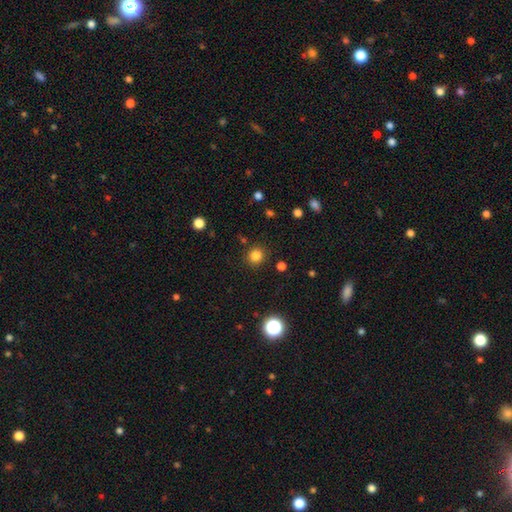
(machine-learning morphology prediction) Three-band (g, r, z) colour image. It shows a smooth galaxy with no disk features (82%) that is round (92%). Merging: none (89%).